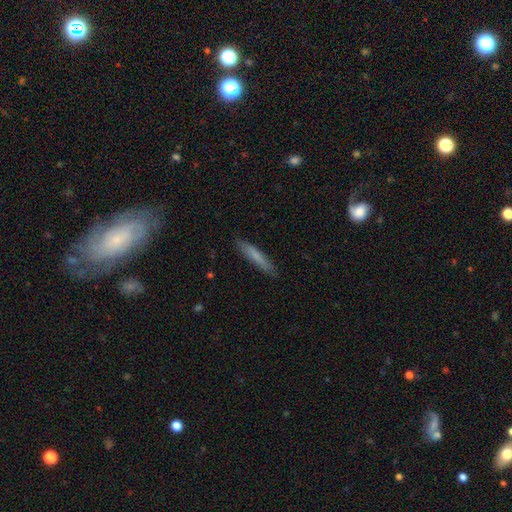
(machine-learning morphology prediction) Smooth or featured?
  - smooth: 74% *
  - featured or disk: 20%
  - star or artifact: 6%
How rounded?
  - cigar-shaped: 92% *
  - in between: 7%
  - round: 1%
Merging?
  - none: 87% *
  - minor disturbance: 10%
  - major disturbance: 2%
  - merger: 1%